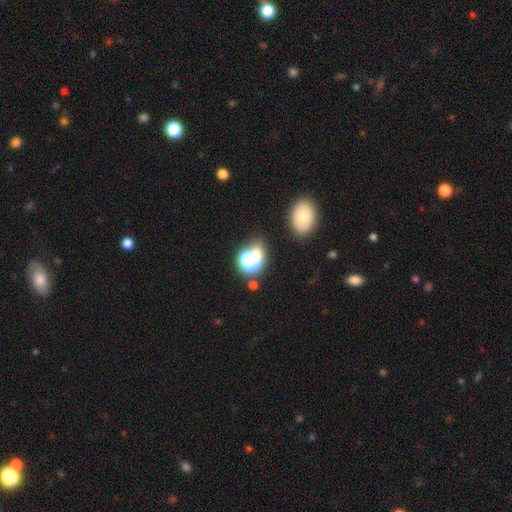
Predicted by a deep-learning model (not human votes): Overall: smooth (53%; star or artifact 35%). How rounded: round (62%; in between 36%). Merging: none (60%).